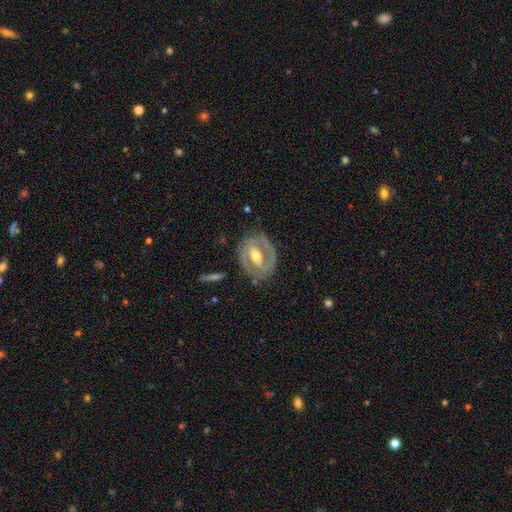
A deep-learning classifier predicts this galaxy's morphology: This is clearly a featured or disk galaxy (81%). It is clearly not viewed edge-on (95%). Bar: marginally weak (41%). Spiral arm pattern: likely yes (74%). Spiral arm count: likely 2 (72%). Spiral winding: possibly tight (56%). Central bulge: likely moderate (68%). Merging: likely none (76%).